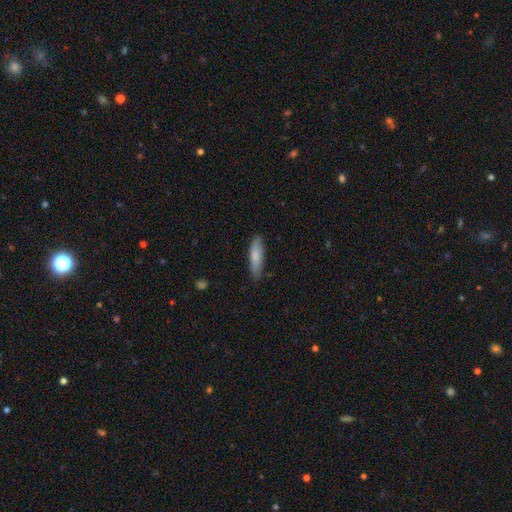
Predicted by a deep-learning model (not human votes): Morphology: type=smooth (81%); roundness=cigar-shaped (61%); merging=none (81%).